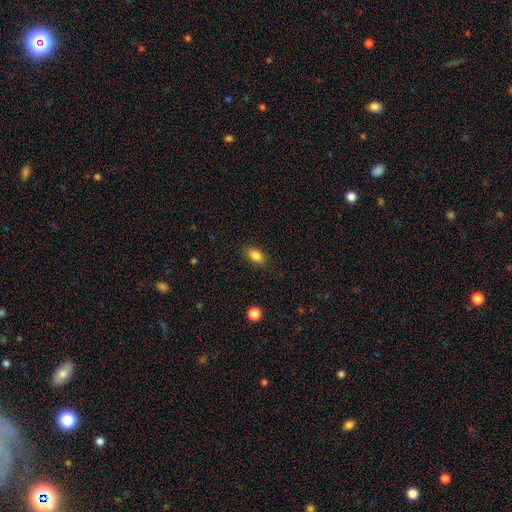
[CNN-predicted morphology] This appears to be a smooth galaxy with no disk features (85%) that is in between round and cigar-shaped (87%). Merging: none (85%).